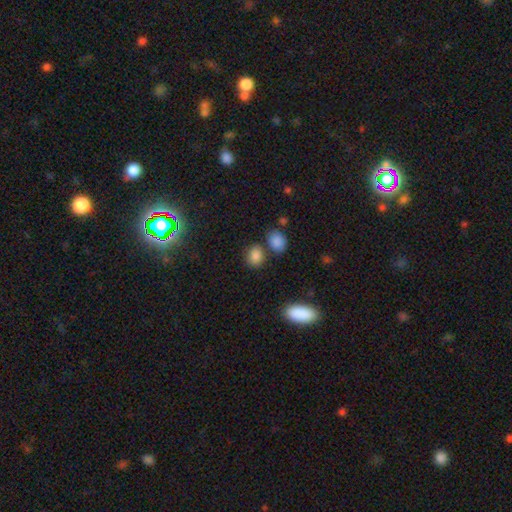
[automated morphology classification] Overall: smooth (83%). How rounded: in between (53%; round 45%). Merging: none (67%).